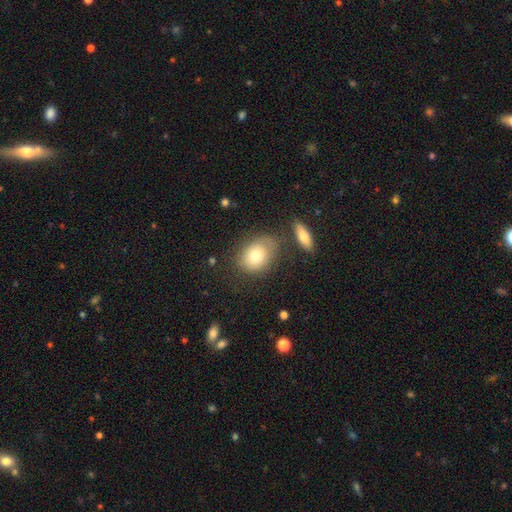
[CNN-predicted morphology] This is likely a smooth galaxy (74%). How rounded: likely in between (66%). Merging: likely none (62%).